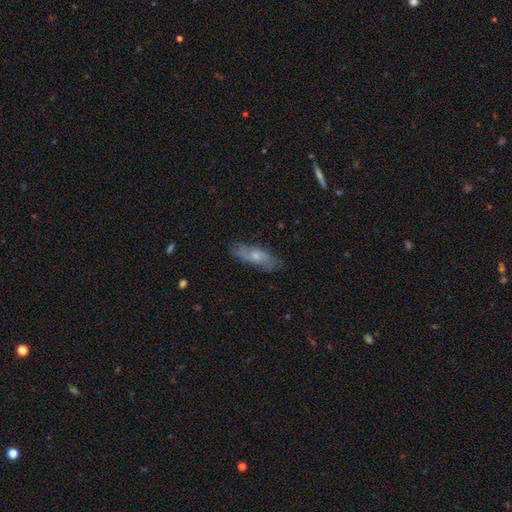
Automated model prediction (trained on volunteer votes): Smooth or featured?
  - smooth: 57% *
  - featured or disk: 36%
  - star or artifact: 7%
How rounded?
  - in between: 49% * (tied)
  - cigar-shaped: 49% * (tied)
  - round: 2%
Merging?
  - none: 78% *
  - minor disturbance: 17%
  - major disturbance: 4%
  - merger: 1%